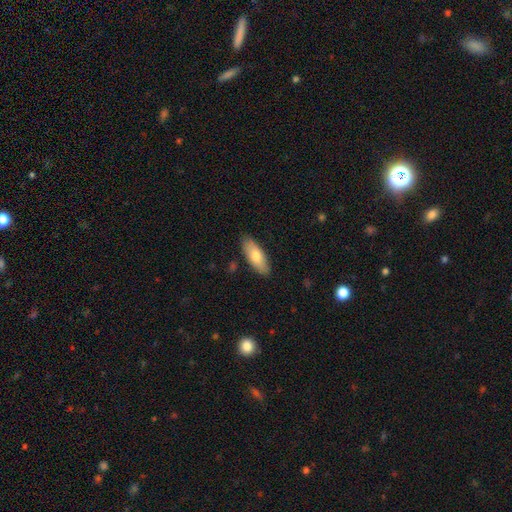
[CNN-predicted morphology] Smooth or featured? Predicted: smooth (p=0.75). How rounded? Predicted: in between (p=0.75). Merging? Predicted: none (p=0.86).